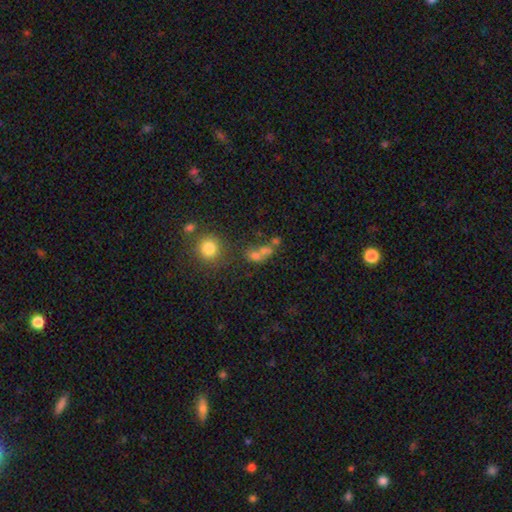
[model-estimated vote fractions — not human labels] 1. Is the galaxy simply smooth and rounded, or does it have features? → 62% smooth, 20% star or artifact, 19% featured or disk.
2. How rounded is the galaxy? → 52% round, 44% in between, 3% cigar-shaped.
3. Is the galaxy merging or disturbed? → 46% merger, 34% none, 10% minor disturbance, 9% major disturbance.